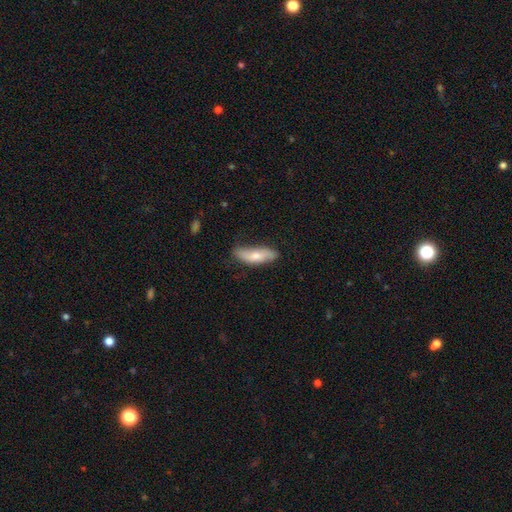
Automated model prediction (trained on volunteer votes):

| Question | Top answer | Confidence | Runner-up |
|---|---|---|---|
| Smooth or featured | smooth | 63% | featured or disk (32%) |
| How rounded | in between | 55% | cigar-shaped (43%) |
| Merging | none | 64% | minor disturbance (28%) |